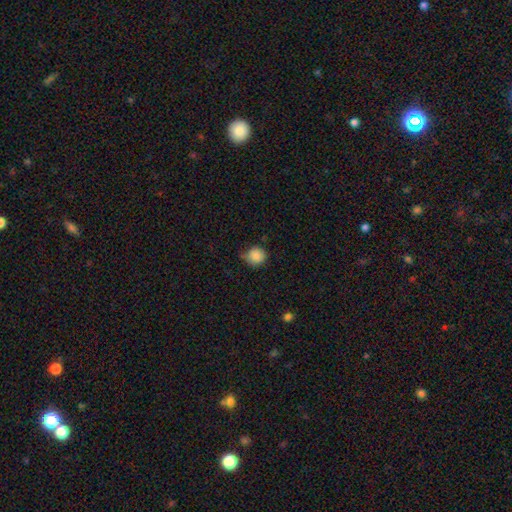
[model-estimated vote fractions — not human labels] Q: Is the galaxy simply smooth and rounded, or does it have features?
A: smooth — 87%.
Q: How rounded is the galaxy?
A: round — 90%.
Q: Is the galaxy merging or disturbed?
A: none — 66%.